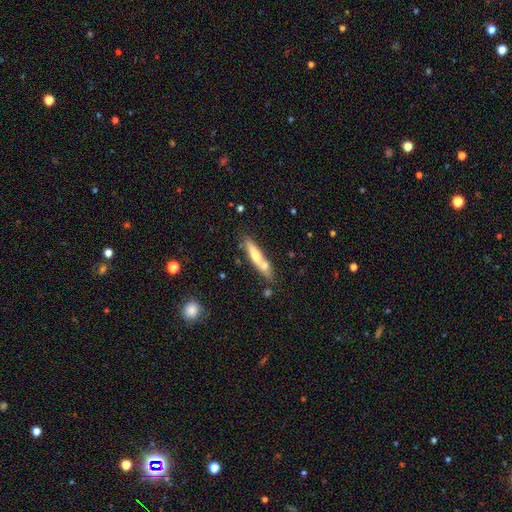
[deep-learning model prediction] Smooth or featured?
  - smooth: 57% *
  - featured or disk: 37%
  - star or artifact: 7%
How rounded?
  - cigar-shaped: 88% *
  - in between: 11%
  - round: 2%
Merging?
  - none: 64% *
  - merger: 17%
  - minor disturbance: 15%
  - major disturbance: 4%